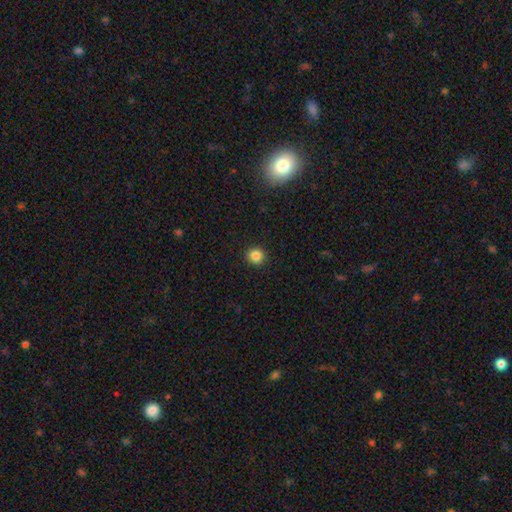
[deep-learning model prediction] This is clearly a smooth galaxy (85%). How rounded: clearly round (93%). Merging: clearly none (92%).